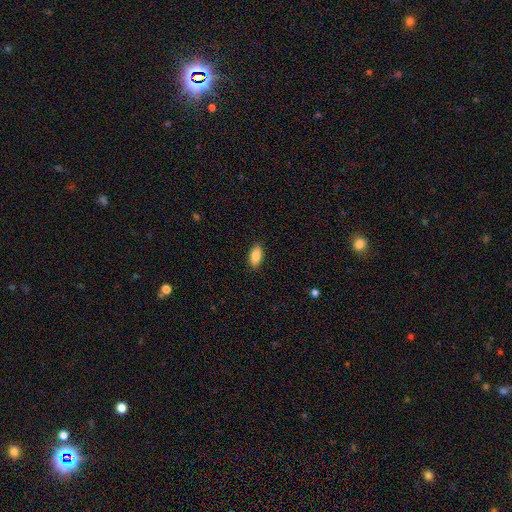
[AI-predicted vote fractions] Q: Smooth or featured?
A: smooth (85%); runner-up: featured or disk (8%)
Q: How rounded?
A: in between (90%); runner-up: cigar-shaped (8%)
Q: Merging?
A: none (88%); runner-up: minor disturbance (9%)